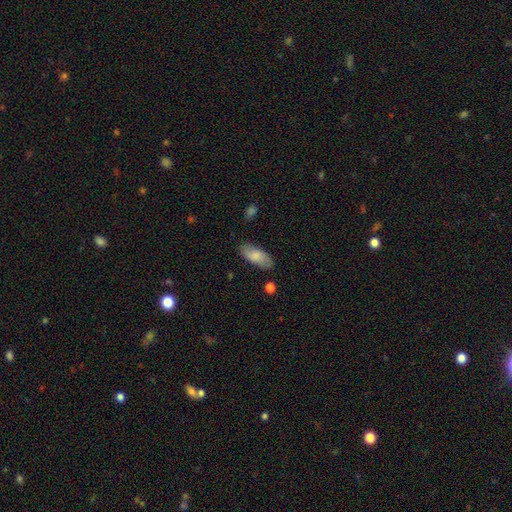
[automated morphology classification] type=smooth (82%); roundness=in between (84%); merging=none (83%).